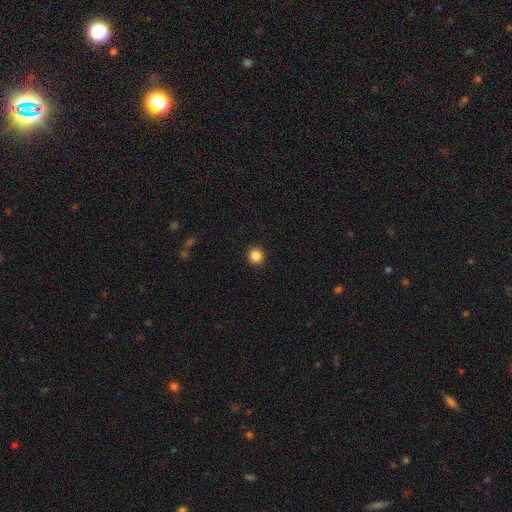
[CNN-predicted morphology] The model was most divided on "smooth or featured": smooth: 86%, star or artifact: 11%, featured or disk: 3%. More confident: merging — none (93%); how rounded — round (91%).